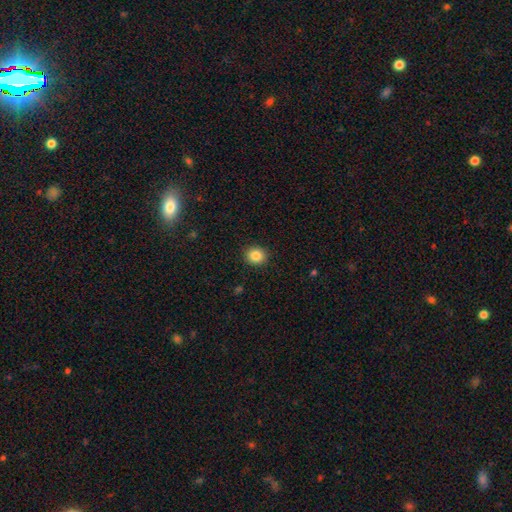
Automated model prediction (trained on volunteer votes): Smooth or featured? smooth (86%)
How rounded? round (80%)
Merging? none (91%)